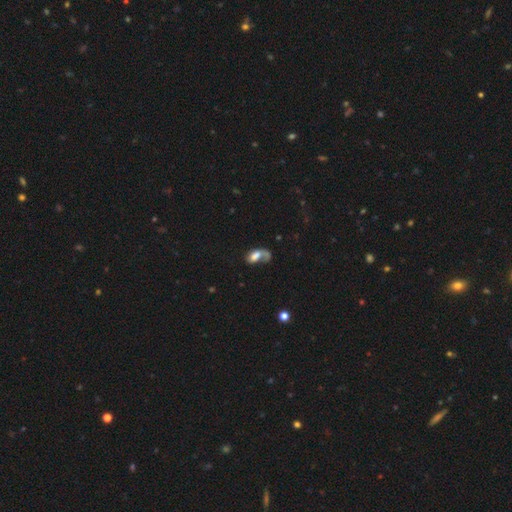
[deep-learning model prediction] smooth-or-featured: smooth: 51% | featured or disk: 38% | star or artifact: 11%
  how-rounded: in between: 85% | round: 10% | cigar-shaped: 4%
  merging: major disturbance: 36% | none: 27% | merger: 23% | minor disturbance: 15%